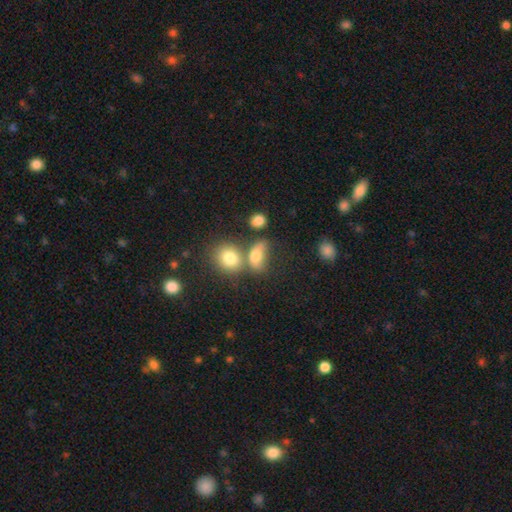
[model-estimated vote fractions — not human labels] Smooth or featured? Predicted: smooth (p=0.75). How rounded? Predicted: in between (p=0.68). Merging? Predicted: merger (p=0.39).